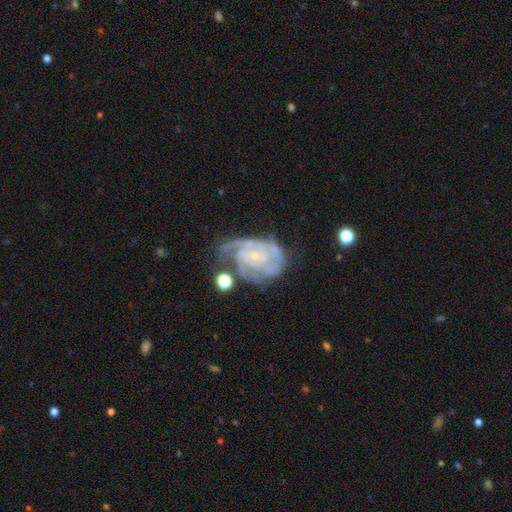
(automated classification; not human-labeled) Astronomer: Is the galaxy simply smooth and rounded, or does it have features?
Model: featured or disk — 84%.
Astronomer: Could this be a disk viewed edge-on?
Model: no — 98%.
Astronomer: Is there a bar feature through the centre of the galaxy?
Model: no — 65%.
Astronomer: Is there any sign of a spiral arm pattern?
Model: yes — 94%.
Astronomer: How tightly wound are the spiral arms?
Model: tight — 61%.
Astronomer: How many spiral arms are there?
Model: can't tell — 31% (runner-up: 3, 25%).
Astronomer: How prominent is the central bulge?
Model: small — 78%.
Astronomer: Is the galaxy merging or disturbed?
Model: none — 44% (runner-up: minor disturbance, 27%).